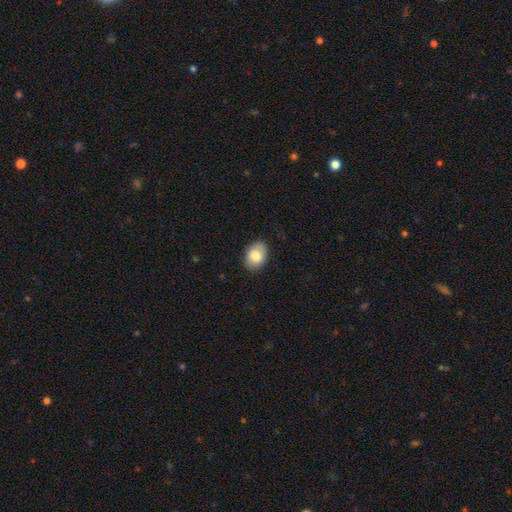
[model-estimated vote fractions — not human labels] This is clearly a smooth galaxy (82%). How rounded: likely in between (77%). Merging: clearly none (86%).